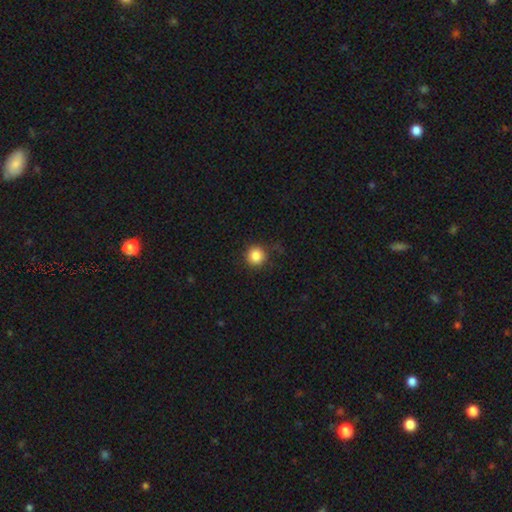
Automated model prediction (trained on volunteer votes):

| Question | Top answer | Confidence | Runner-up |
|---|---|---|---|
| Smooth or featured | smooth | 86% | star or artifact (10%) |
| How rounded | round | 93% | in between (6%) |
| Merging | none | 82% | minor disturbance (12%) |